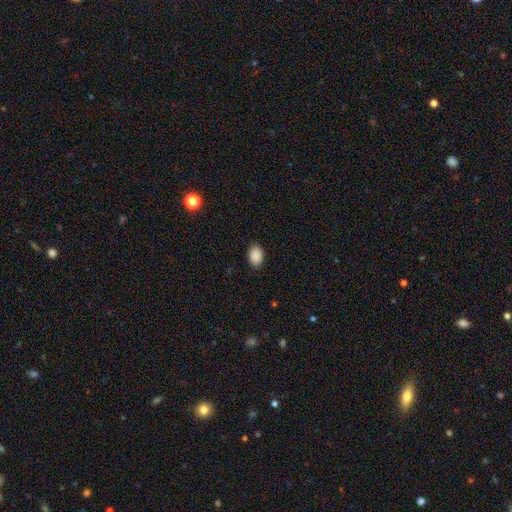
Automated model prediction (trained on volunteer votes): This is clearly a smooth galaxy (89%). How rounded: clearly in between (82%). Merging: clearly none (87%).